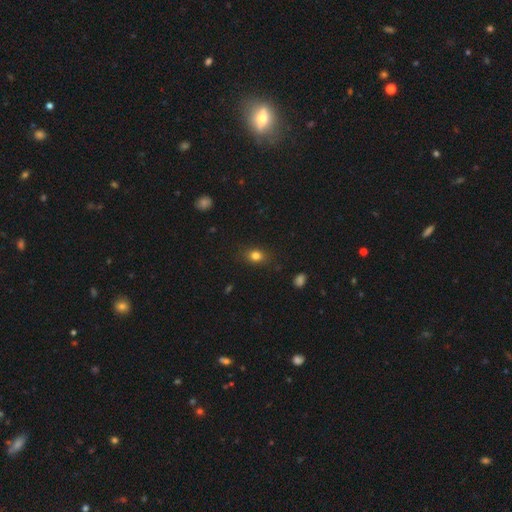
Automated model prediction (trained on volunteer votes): This appears to be a smooth galaxy with no disk features (81%) that is in between round and cigar-shaped (58%). Merging: none (83%).